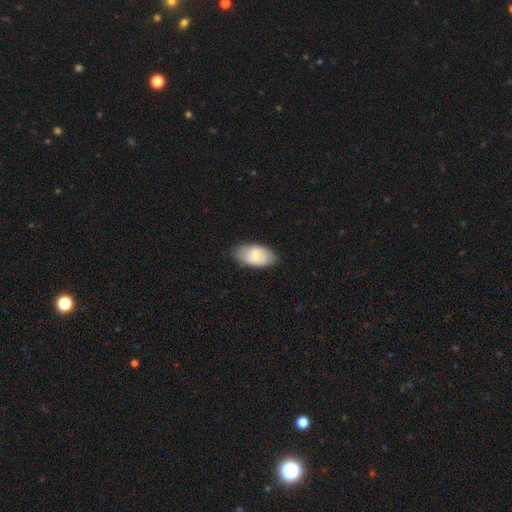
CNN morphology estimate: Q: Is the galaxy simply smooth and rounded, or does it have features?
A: smooth — 61%.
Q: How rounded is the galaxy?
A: in between — 94%.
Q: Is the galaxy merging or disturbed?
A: none — 79%.